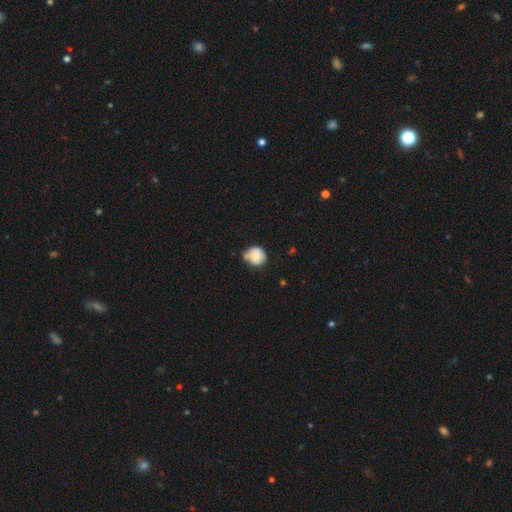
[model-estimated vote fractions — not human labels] This appears to be a smooth galaxy with no disk features (68%) that is round (82%). Merging: none (52%).